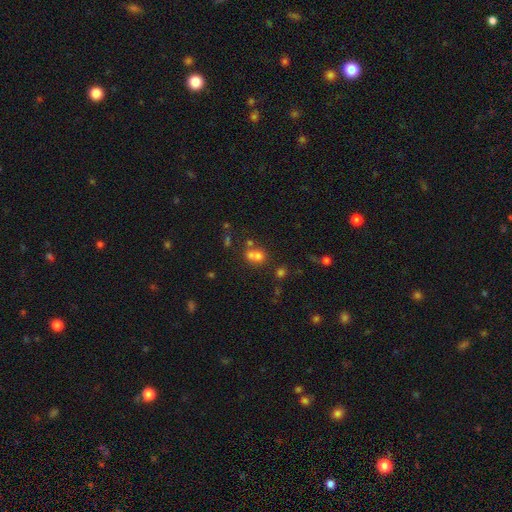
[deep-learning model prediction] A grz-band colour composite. It shows a smooth galaxy with no disk features (63%) that is round (68%). Merging: merger (55%).